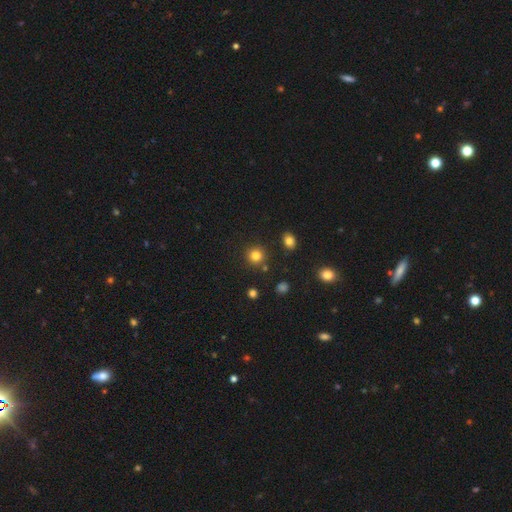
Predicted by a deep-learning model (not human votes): This is clearly a smooth galaxy (82%). How rounded: clearly round (92%). Merging: clearly none (86%).